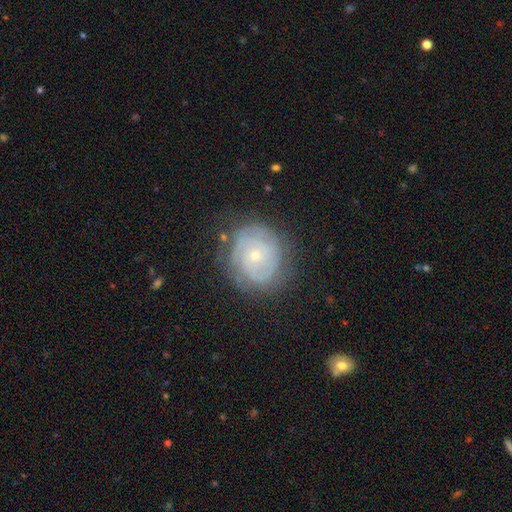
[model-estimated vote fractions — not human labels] This is likely a featured or disk galaxy (74%). It is clearly not viewed edge-on (98%). Bar: clearly no (81%). Spiral arm pattern: clearly yes (86%). Spiral arm count: marginally can't tell (41%). Spiral winding: likely tight (72%). Central bulge: likely small (71%). Merging: likely none (74%).